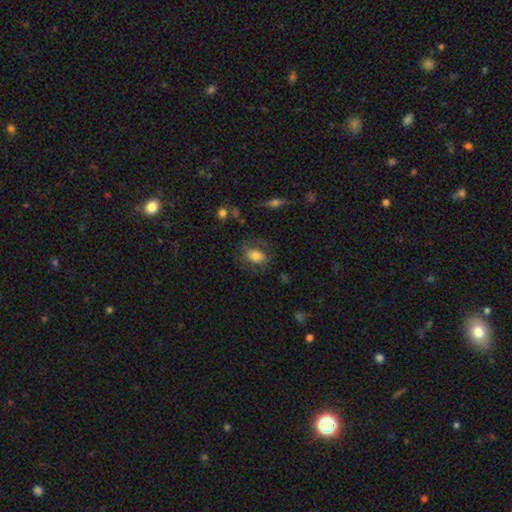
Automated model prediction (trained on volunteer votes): Smooth or featured: smooth — 71% (featured or disk — 20%)
How rounded: in between — 80% (round — 18%)
Merging: none — 69% (minor disturbance — 19%)